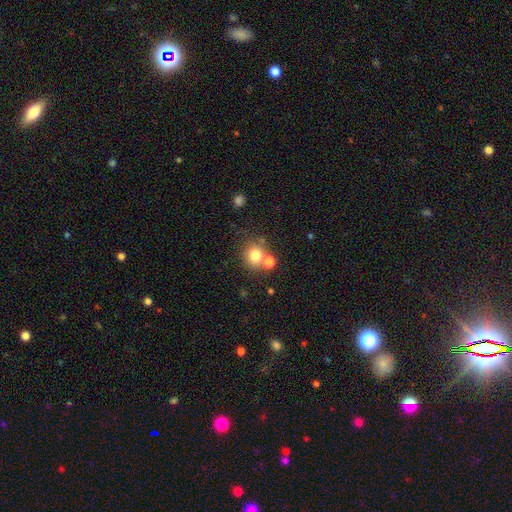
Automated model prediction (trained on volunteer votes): Smooth or featured: smooth — 76% (star or artifact — 13%)
How rounded: round — 84% (in between — 15%)
Merging: none — 61% (merger — 27%)